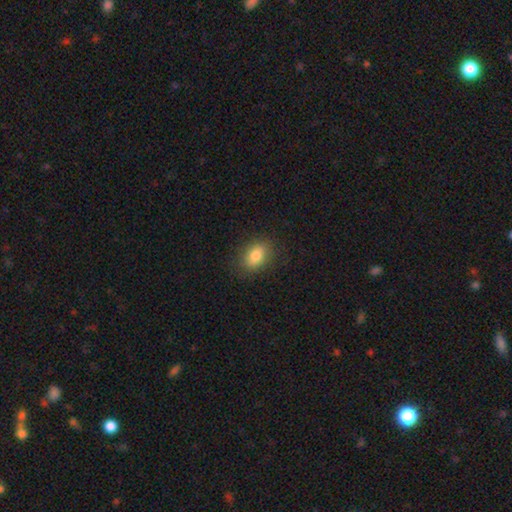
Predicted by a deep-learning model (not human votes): This appears to be a smooth galaxy with no disk features (81%) that is in between round and cigar-shaped (79%). Merging: none (85%).